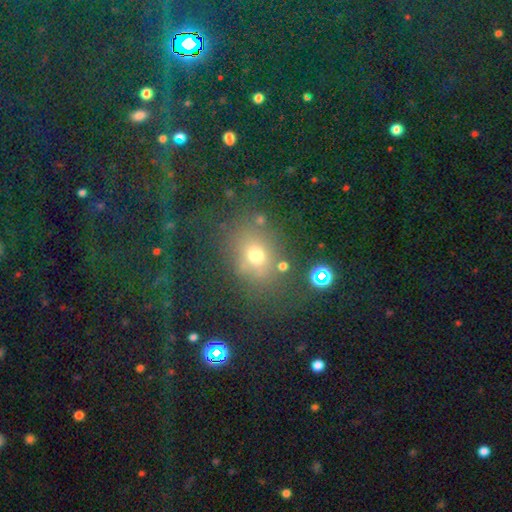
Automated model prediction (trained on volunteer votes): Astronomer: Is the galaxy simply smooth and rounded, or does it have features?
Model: smooth — 65%.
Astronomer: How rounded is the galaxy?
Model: round — 54% (runner-up: in between, 45%).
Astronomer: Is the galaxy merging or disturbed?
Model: none — 69%.